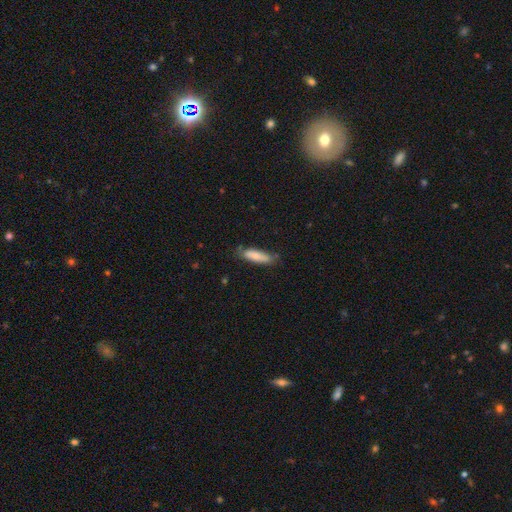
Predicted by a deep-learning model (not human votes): Morphology: type=smooth (78%); roundness=cigar-shaped (59%); merging=none (72%).